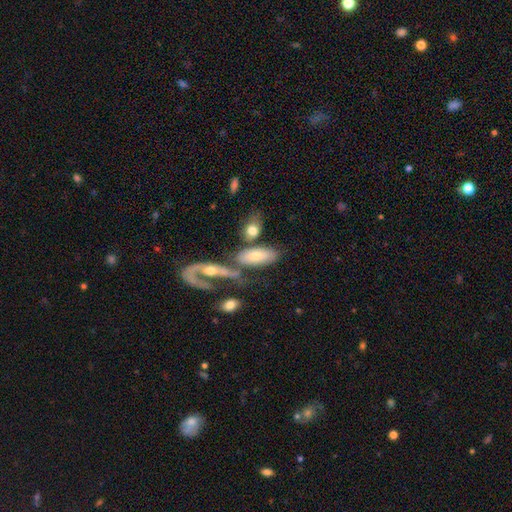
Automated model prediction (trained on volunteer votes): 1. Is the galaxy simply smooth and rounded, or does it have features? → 61% smooth, 32% featured or disk, 7% star or artifact.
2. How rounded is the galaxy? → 85% in between, 12% cigar-shaped, 4% round.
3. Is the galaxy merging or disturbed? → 43% none, 32% merger, 15% minor disturbance, 10% major disturbance.